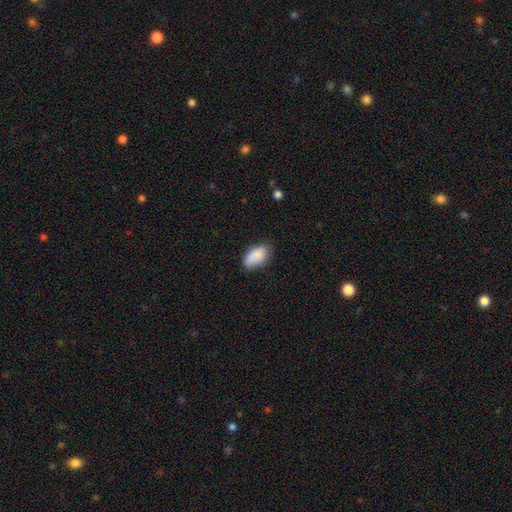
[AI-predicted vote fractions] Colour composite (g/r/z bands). It shows a smooth galaxy with no disk features (87%) that is in between round and cigar-shaped (93%). Merging: none (71%).